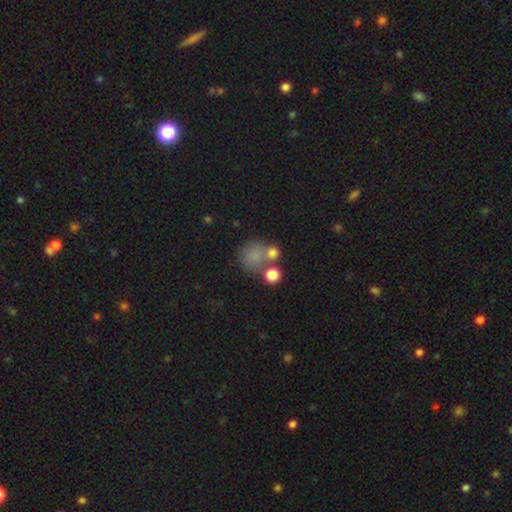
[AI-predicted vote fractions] Smooth or featured?
  - smooth: 73% *
  - star or artifact: 15%
  - featured or disk: 12%
How rounded?
  - round: 81% *
  - in between: 18%
  - cigar-shaped: 1%
Merging?
  - none: 47% *
  - merger: 31%
  - minor disturbance: 13%
  - major disturbance: 9%